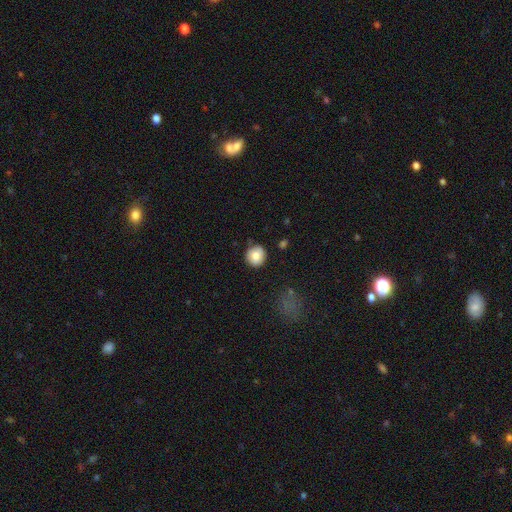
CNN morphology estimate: This is likely a smooth galaxy (79%). How rounded: clearly round (91%). Merging: clearly none (82%).